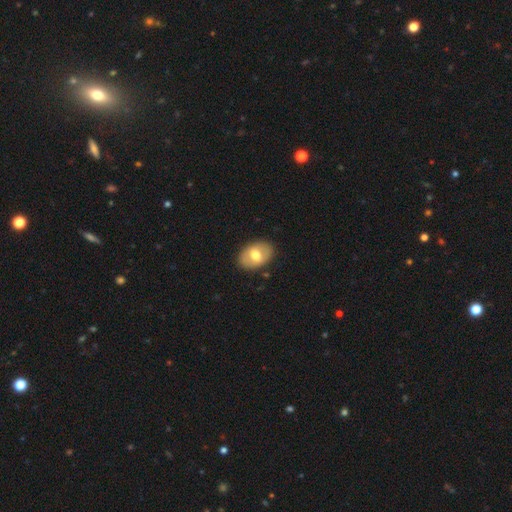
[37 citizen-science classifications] Q: Smooth or featured?
A: smooth (76%); runner-up: featured or disk (22%)
Q: How rounded?
A: in between (89%); runner-up: round (11%)
Q: Merging?
A: none (89%); runner-up: major disturbance (6%)